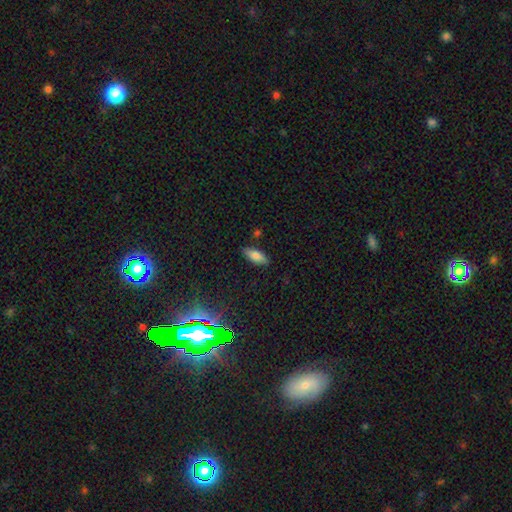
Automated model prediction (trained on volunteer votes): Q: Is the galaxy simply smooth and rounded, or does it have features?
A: smooth — 77%.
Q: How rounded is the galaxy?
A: in between — 76%.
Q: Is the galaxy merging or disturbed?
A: none — 84%.